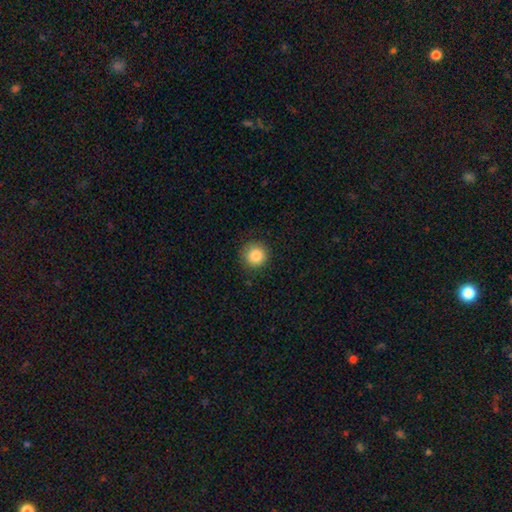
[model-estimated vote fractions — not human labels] smooth 85%, star or artifact 10%, featured or disk 5%. Down the decision tree: how rounded — round (95%); merging — none (89%).